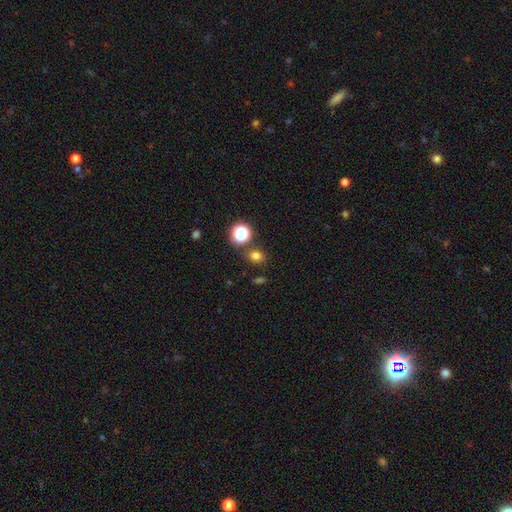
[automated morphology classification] smooth 74%, star or artifact 20%, featured or disk 7%. Down the decision tree: how rounded — round (63%); merging — none (78%).